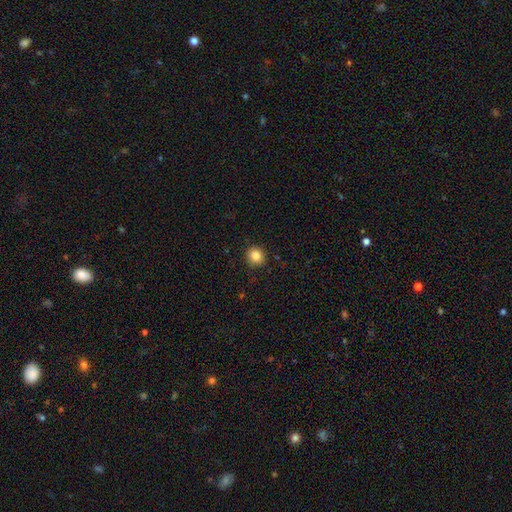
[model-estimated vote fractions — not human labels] Smooth or featured? Predicted: smooth (p=0.85). How rounded? Predicted: round (p=0.91). Merging? Predicted: none (p=0.91).